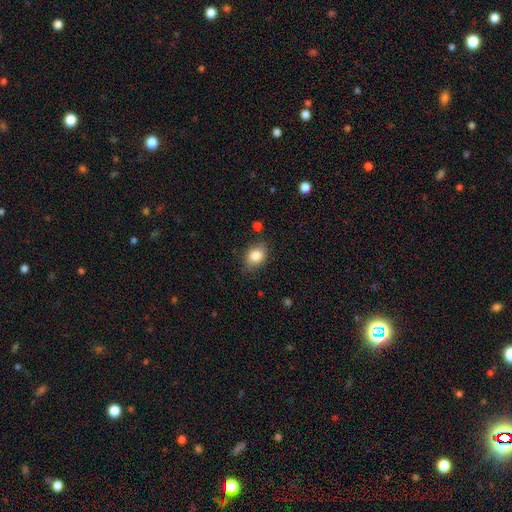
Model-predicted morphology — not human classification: Smooth or featured? smooth (82%)
How rounded? in between (68%)
Merging? none (81%)